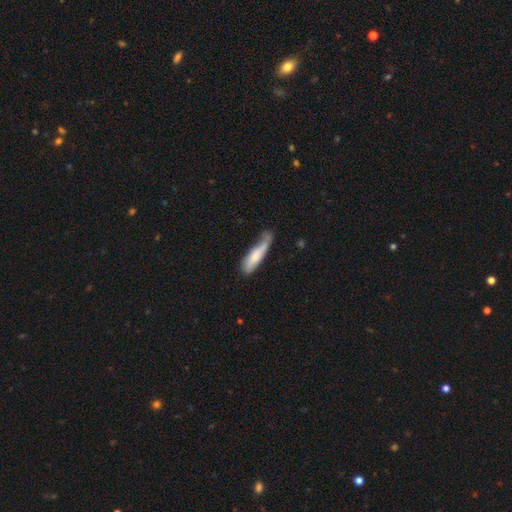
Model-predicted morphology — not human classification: smooth 72%, featured or disk 22%, star or artifact 6%. Down the decision tree: how rounded — cigar-shaped (74%); merging — none (38%).